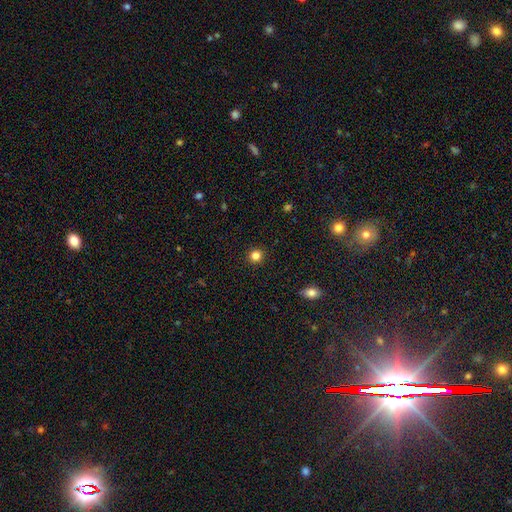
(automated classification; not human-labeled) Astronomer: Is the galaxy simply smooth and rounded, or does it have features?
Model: smooth — 84%.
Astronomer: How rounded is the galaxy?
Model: round — 92%.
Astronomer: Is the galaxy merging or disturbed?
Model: none — 92%.